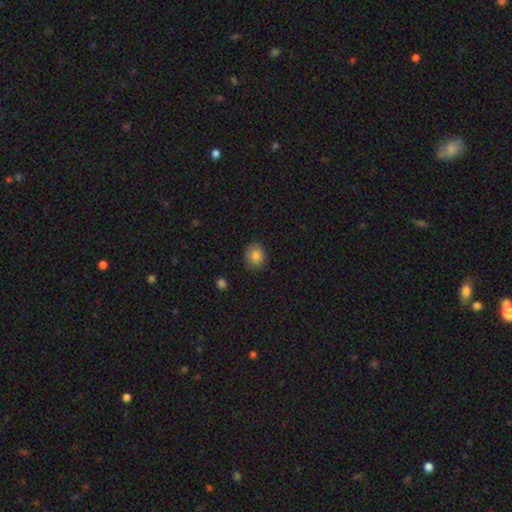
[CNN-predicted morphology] A smooth galaxy with no disk features (81%) that is round (68%).

Vote fractions:
- Smooth or featured? smooth: 81% / featured or disk: 10% / star or artifact: 9%
- How rounded? round: 68% / in between: 31% / cigar-shaped: 1%
- Merging? none: 85% / minor disturbance: 11% / major disturbance: 2% / merger: 1%